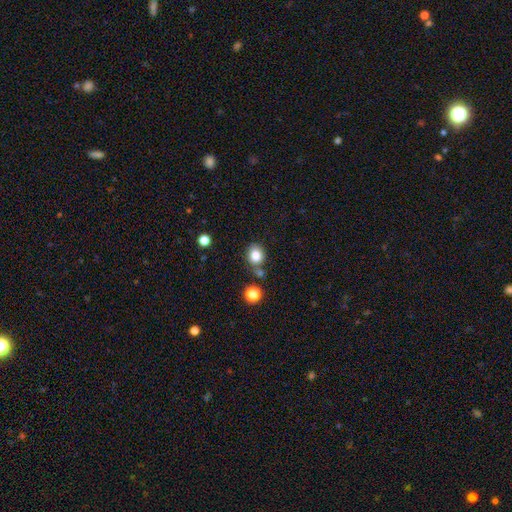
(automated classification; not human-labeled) A smooth galaxy with no disk features (83%) that is round (67%).

Vote fractions:
- Smooth or featured? smooth: 83% / star or artifact: 11% / featured or disk: 6%
- How rounded? round: 67% / in between: 32% / cigar-shaped: 1%
- Merging? none: 70% / minor disturbance: 14% / merger: 12% / major disturbance: 4%